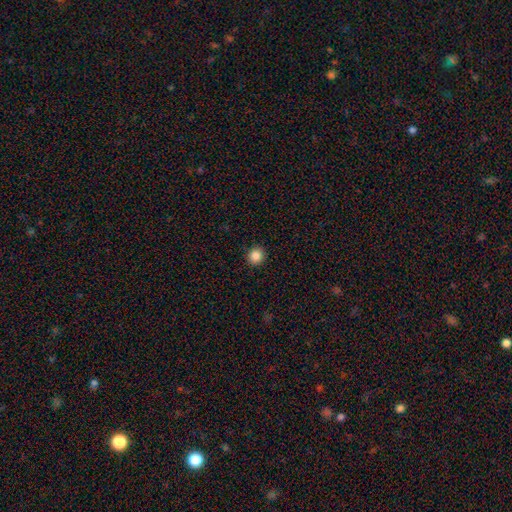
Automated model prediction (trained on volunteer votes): Smooth or featured: smooth — 86% (star or artifact — 10%)
How rounded: round — 91% (in between — 8%)
Merging: none — 92% (minor disturbance — 5%)